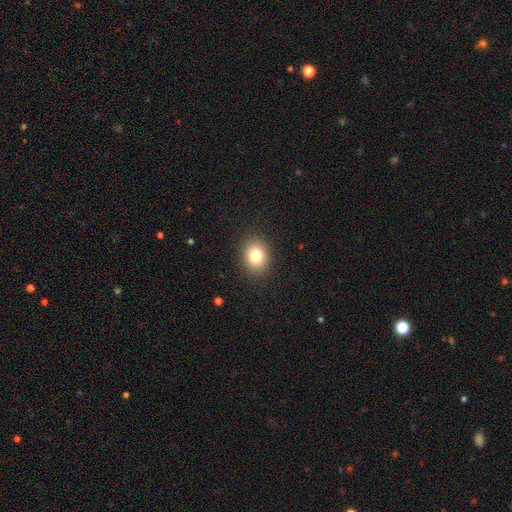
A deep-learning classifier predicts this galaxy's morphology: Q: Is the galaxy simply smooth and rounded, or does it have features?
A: smooth — 81%.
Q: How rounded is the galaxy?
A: in between — 52%.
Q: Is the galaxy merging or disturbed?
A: none — 89%.